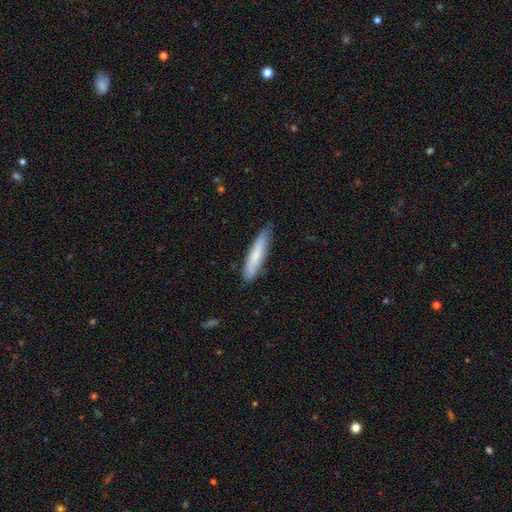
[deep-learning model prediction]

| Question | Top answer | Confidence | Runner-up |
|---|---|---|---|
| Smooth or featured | smooth | 70% | featured or disk (24%) |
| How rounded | cigar-shaped | 85% | in between (14%) |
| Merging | none | 77% | minor disturbance (18%) |